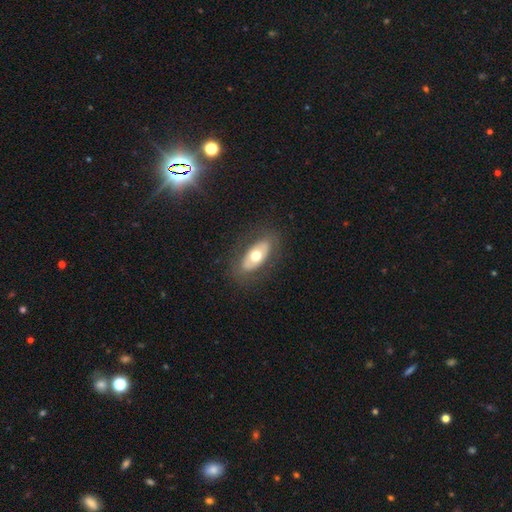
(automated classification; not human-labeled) Smooth or featured: smooth — 54% (featured or disk — 40%)
How rounded: in between — 90% (cigar-shaped — 5%)
Merging: none — 83% (minor disturbance — 11%)